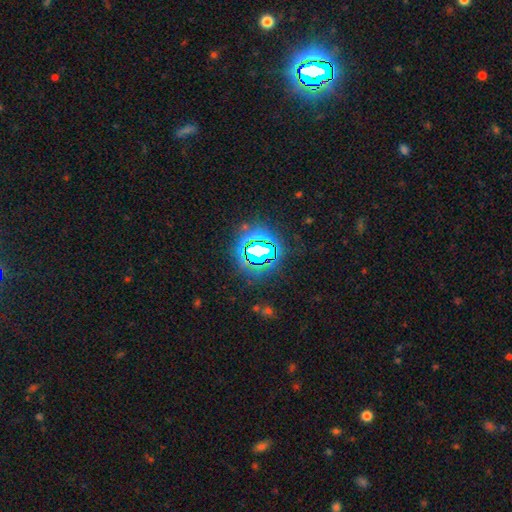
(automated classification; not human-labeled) Smooth or featured? Predicted: star or artifact (p=0.74).